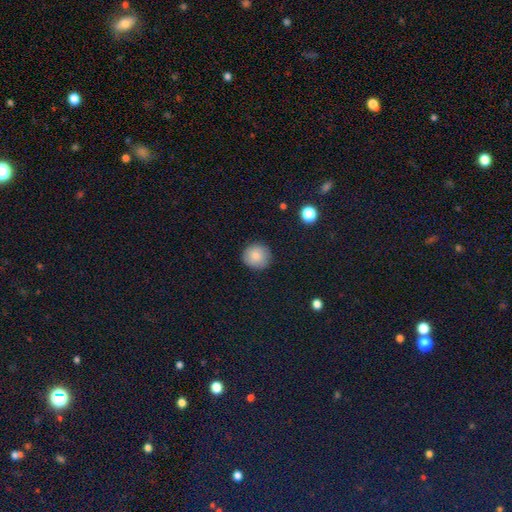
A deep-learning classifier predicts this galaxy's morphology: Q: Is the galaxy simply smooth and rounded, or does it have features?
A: smooth — 84%.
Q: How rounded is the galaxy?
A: round — 93%.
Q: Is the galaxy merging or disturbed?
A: none — 89%.